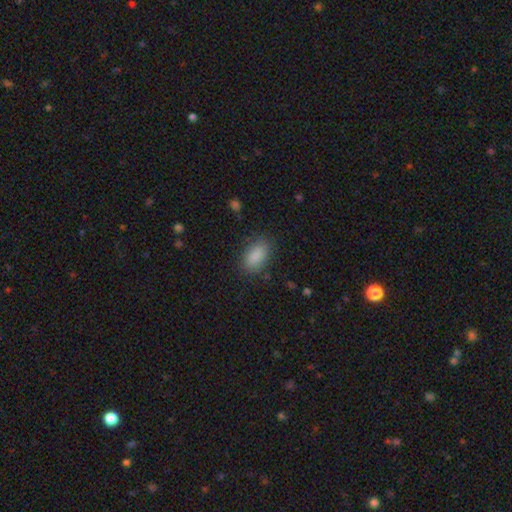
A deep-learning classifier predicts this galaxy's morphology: smooth_or_featured: smooth (p=0.88) [alt: star or artifact p=0.08]
how_rounded: in between (p=0.90) [alt: round p=0.05]
merging: none (p=0.83) [alt: minor disturbance p=0.12]